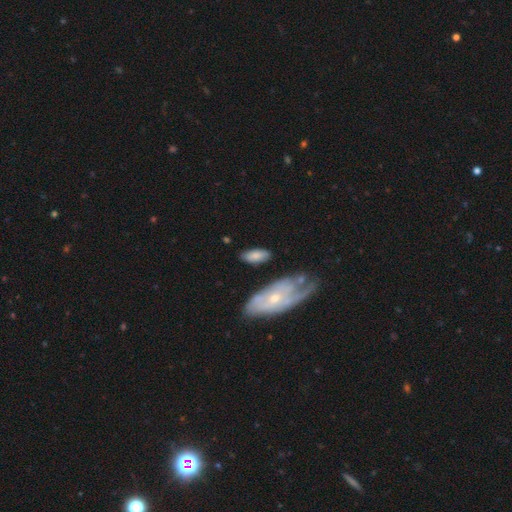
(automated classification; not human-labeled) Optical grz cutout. It shows a smooth galaxy with no disk features (74%) that is in between round and cigar-shaped (87%). Merging: none (73%).